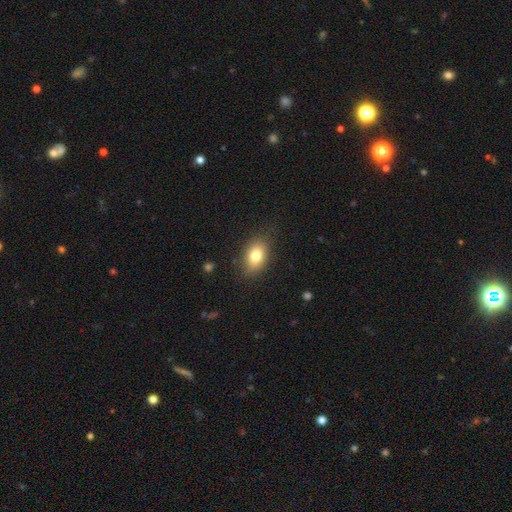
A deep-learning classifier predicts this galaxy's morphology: A smooth galaxy with no disk features (79%) that is in between round and cigar-shaped (84%). Merging: none (84%).